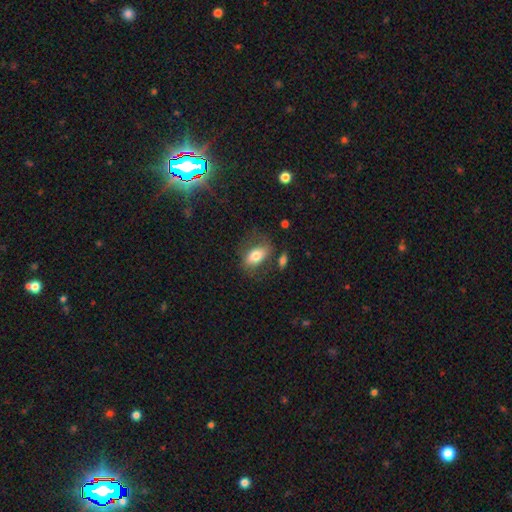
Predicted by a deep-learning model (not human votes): The model was most divided on "merging": none: 61%, minor disturbance: 20%, major disturbance: 12%, merger: 7%. More confident: how rounded — in between (89%); smooth or featured — smooth (71%).